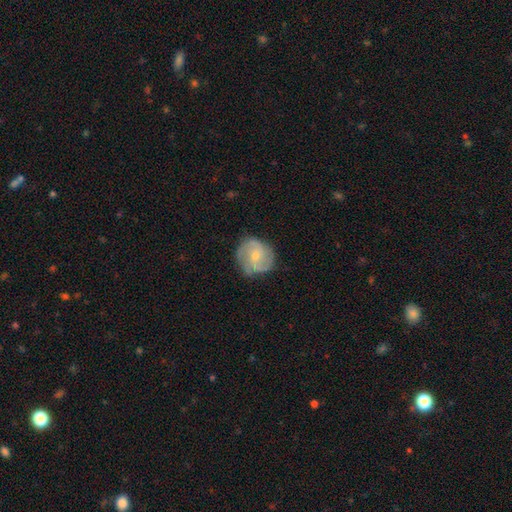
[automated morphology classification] Smooth or featured?
  - featured or disk: 76% *
  - smooth: 18%
  - star or artifact: 6%
Edge-on disk?
  - no: 98% *
  - yes: 2%
Bar?
  - no: 54% *
  - weak: 40%
  - strong: 7%
Spiral arms?
  - yes: 94% *
  - no: 6%
Spiral winding?
  - medium: 48% *
  - tight: 36%
  - loose: 16%
Spiral arm count?
  - 2: 43% *
  - 3: 30%
  - can't tell: 15%
  - 4: 5%
  - 1: 4%
  - more than 4: 3%
Bulge size?
  - small: 59% *
  - moderate: 37%
  - none: 2%
  - large: 1%
  - dominant: 1%
Merging?
  - none: 76% *
  - minor disturbance: 18%
  - major disturbance: 5%
  - merger: 1%